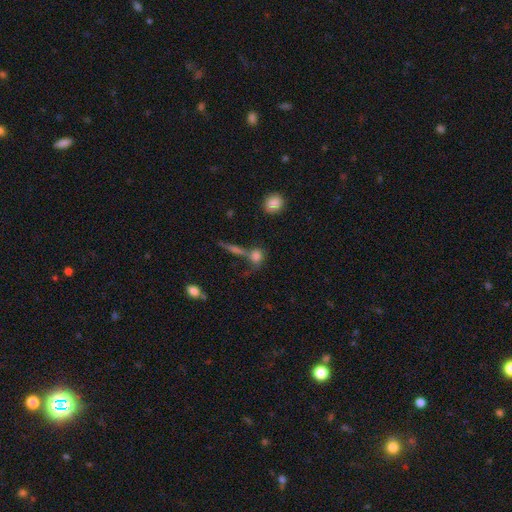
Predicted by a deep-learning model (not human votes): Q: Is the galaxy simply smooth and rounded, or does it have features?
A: smooth — 76%.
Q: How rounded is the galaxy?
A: round — 64%.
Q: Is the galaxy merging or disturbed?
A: none — 51%.